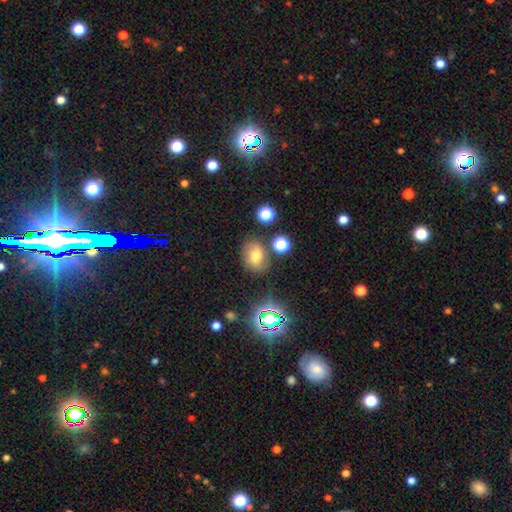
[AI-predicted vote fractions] smooth 62%, featured or disk 19%, star or artifact 19%. Down the decision tree: how rounded — in between (61%); merging — none (73%).